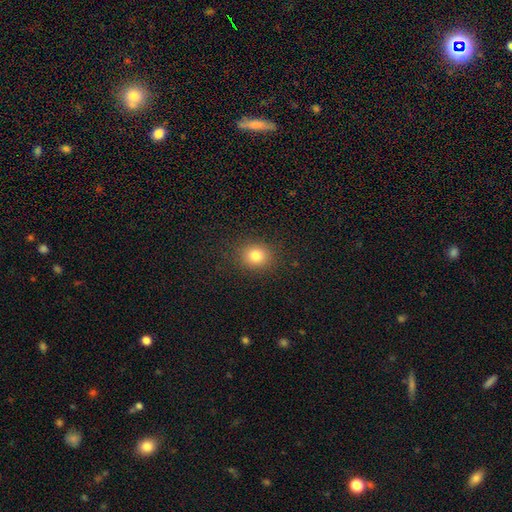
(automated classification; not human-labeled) Overall: smooth (81%). How rounded: round (75%). Merging: none (89%).